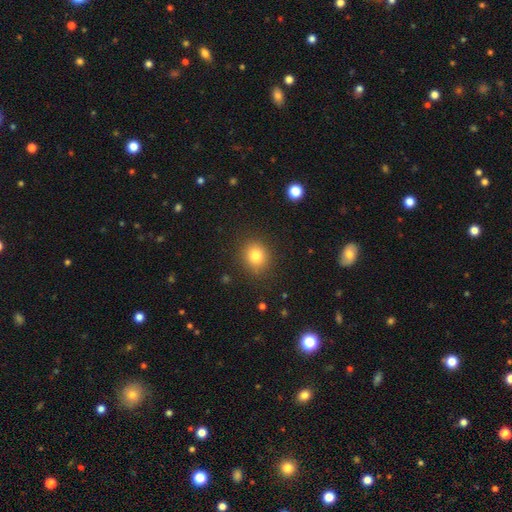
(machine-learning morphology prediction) smooth-or-featured: smooth: 81% | star or artifact: 11% | featured or disk: 7%
  how-rounded: round: 78% | in between: 21% | cigar-shaped: 1%
  merging: none: 87% | minor disturbance: 9% | major disturbance: 3% | merger: 1%